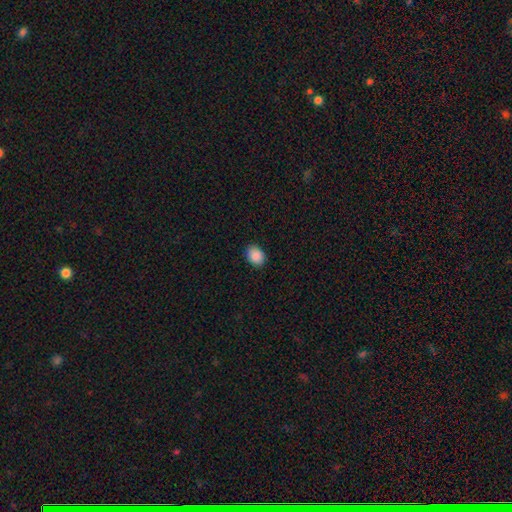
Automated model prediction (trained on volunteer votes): Morphology: type=smooth (89%); roundness=in between (63%); merging=none (88%).